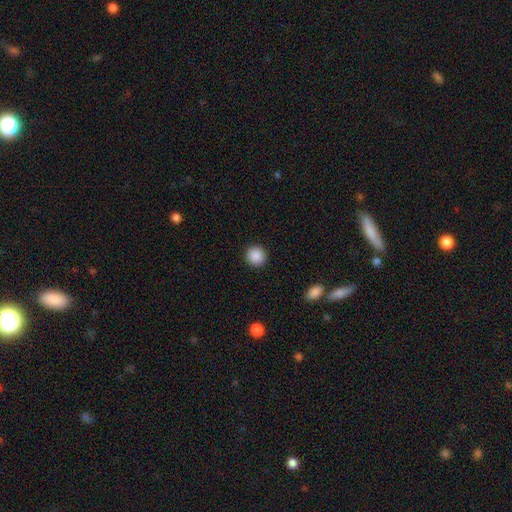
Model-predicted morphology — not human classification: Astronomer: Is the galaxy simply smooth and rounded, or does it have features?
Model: smooth — 89%.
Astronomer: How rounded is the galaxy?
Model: round — 91%.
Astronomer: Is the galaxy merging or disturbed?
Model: none — 92%.